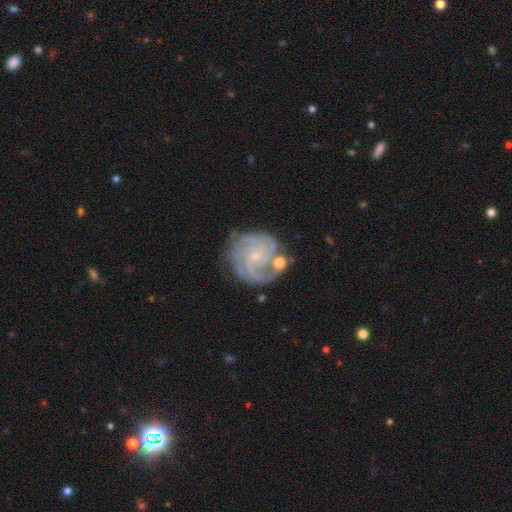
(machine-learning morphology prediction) Overall: featured or disk (87%). Edge-on disk: no (98%). Bar: no (68%). Spiral arms: yes (97%). Spiral arm count: 3 (34%; 2 19%). Spiral winding: tight (60%; medium 33%). Bulge size: small (81%). Merging: none (66%).